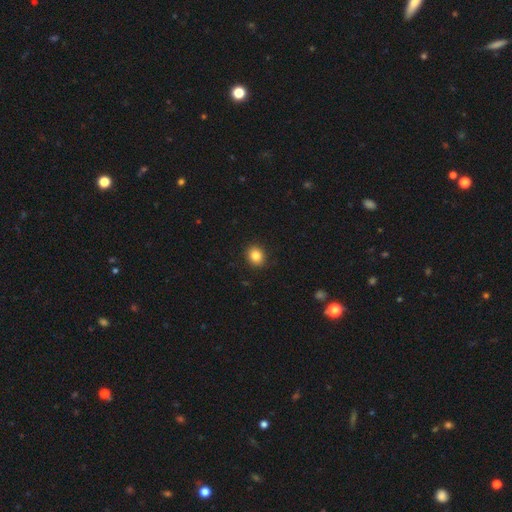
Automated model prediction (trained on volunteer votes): Smooth or featured: smooth — 84% (star or artifact — 10%)
How rounded: round — 67% (in between — 32%)
Merging: none — 91% (minor disturbance — 6%)